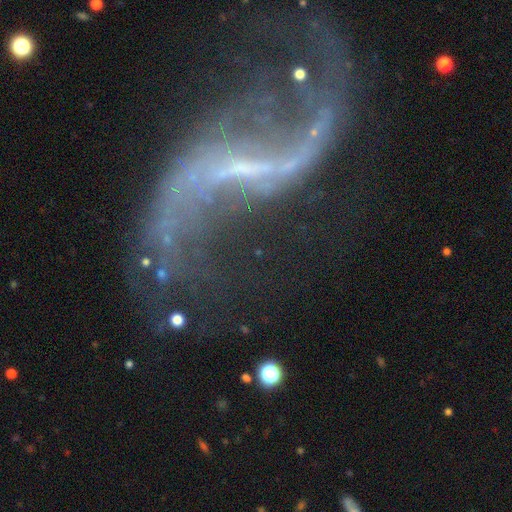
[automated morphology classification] A featured or disk galaxy (90%) with a strong bar (46%), 2 (93%) loose (93%) spiral arms (94%) and a small central bulge (50%).

Vote fractions:
- Smooth or featured? featured or disk: 90% / star or artifact: 6% / smooth: 3%
- Edge-on disk? no: 96% / yes: 4%
- Bar? strong: 46% / weak: 39% / no: 15%
- Spiral arms? yes: 94% / no: 6%
- Spiral winding? loose: 93% / medium: 5% / tight: 2%
- Spiral arm count? 2: 93% / 1: 2% / can't tell: 2% / 3: 1% / 4: 1% / more than 4: 1%
- Bulge size? small: 50% / none: 39% / moderate: 8% / large: 2% / dominant: 1%
- Merging? none: 57% / major disturbance: 20% / minor disturbance: 16% / merger: 7%